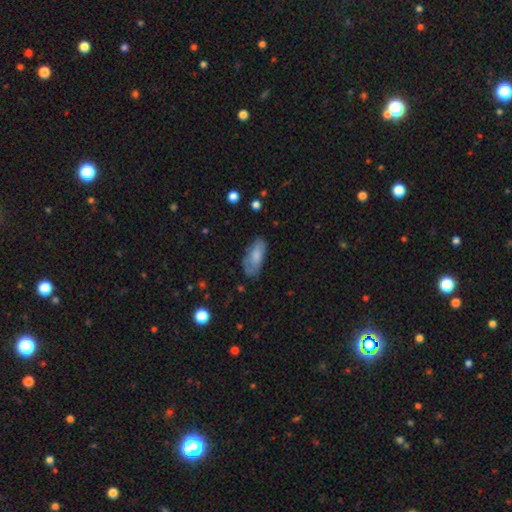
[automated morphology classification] Smooth or featured? Predicted: smooth (p=0.71). How rounded? Predicted: in between (p=0.85). Merging? Predicted: none (p=0.65).